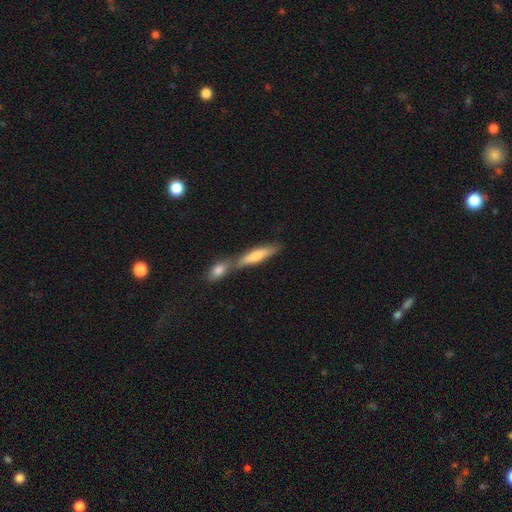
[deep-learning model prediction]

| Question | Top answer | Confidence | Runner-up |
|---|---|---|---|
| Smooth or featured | smooth | 55% | featured or disk (38%) |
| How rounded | cigar-shaped | 79% | in between (19%) |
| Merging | none | 44% | merger (43%) |